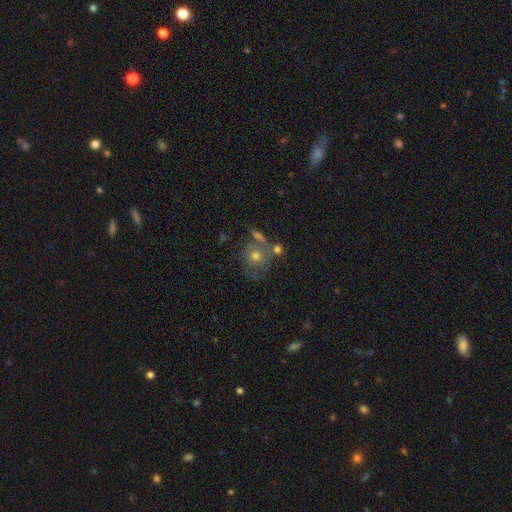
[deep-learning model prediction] smooth_or_featured: smooth (p=0.47) [alt: featured or disk p=0.35]
merging: none (p=0.57) [alt: merger p=0.18]